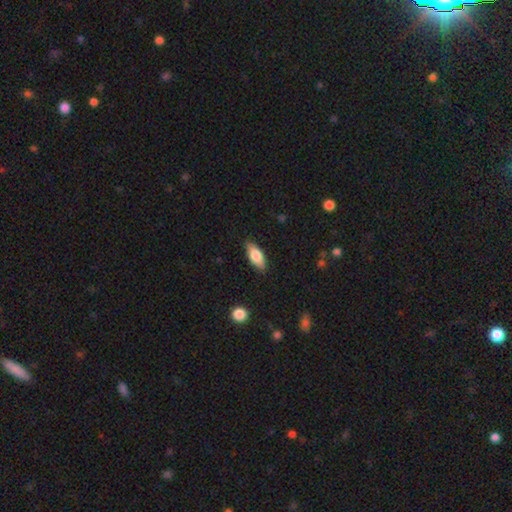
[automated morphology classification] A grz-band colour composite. It shows a smooth galaxy with no disk features (75%) that is in between round and cigar-shaped (80%). Merging: none (83%).